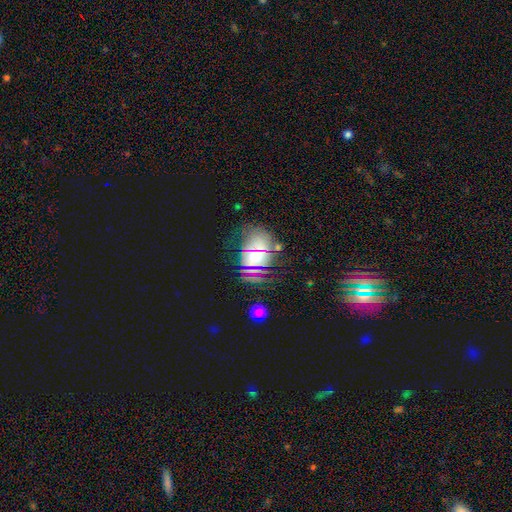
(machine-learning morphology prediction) Smooth or featured?
  - smooth: 40% *
  - star or artifact: 31%
  - featured or disk: 29%
Merging?
  - none: 62% *
  - minor disturbance: 20%
  - major disturbance: 13%
  - merger: 5%